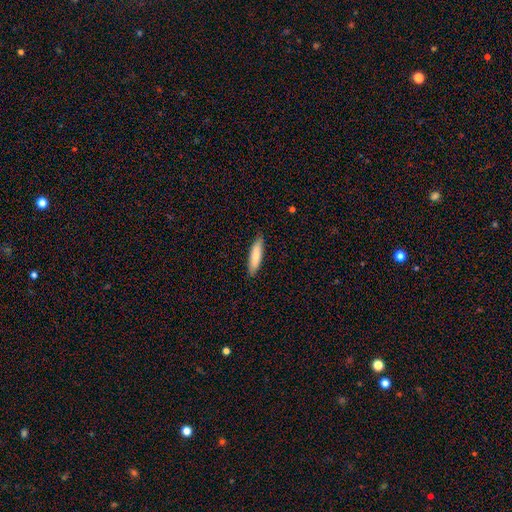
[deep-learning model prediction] Q: Smooth or featured?
A: smooth (77%); runner-up: featured or disk (17%)
Q: How rounded?
A: cigar-shaped (71%); runner-up: in between (28%)
Q: Merging?
A: none (86%); runner-up: minor disturbance (11%)